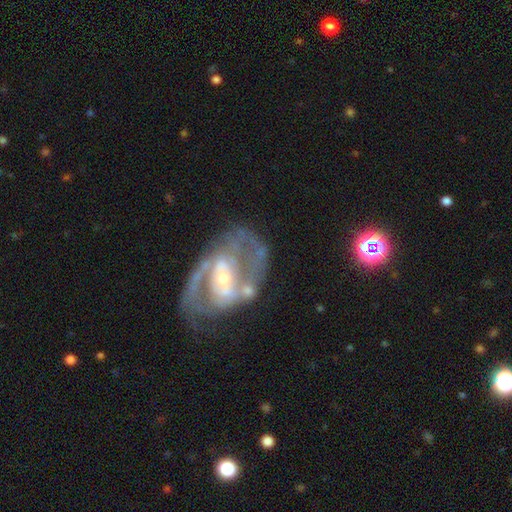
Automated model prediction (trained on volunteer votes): Smooth or featured: featured or disk — 85% (smooth — 8%)
Edge-on disk: no — 97% (yes — 3%)
Bar: weak — 39% (no — 32%)
Spiral arms: yes — 86% (no — 14%)
Spiral winding: medium — 49% (tight — 31%)
Spiral arm count: 2 — 73% (can't tell — 14%)
Bulge size: small — 58% (moderate — 35%)
Merging: none — 56% (minor disturbance — 18%)